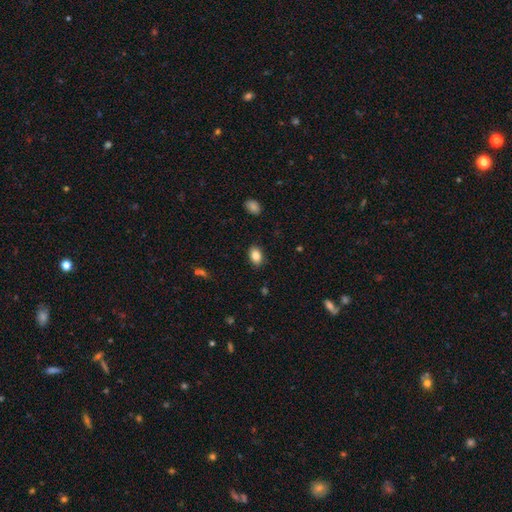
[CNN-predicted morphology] smooth-or-featured: smooth: 85% | star or artifact: 8% | featured or disk: 7%
  how-rounded: in between: 85% | round: 14% | cigar-shaped: 1%
  merging: none: 87% | minor disturbance: 10% | major disturbance: 2% | merger: 1%